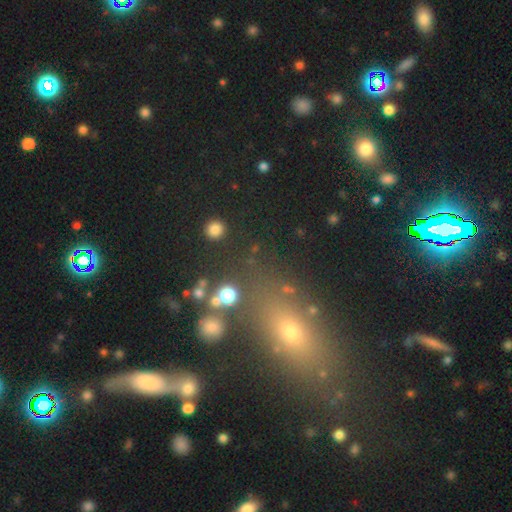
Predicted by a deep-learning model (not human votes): smooth 45%, star or artifact 39%, featured or disk 16%. Down the decision tree: merging — none (75%).